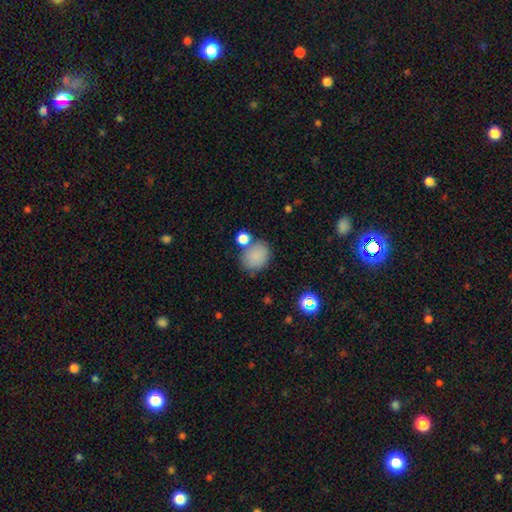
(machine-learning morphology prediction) Q: Smooth or featured?
A: smooth (83%); runner-up: star or artifact (11%)
Q: How rounded?
A: round (70%); runner-up: in between (29%)
Q: Merging?
A: none (66%); runner-up: merger (14%)